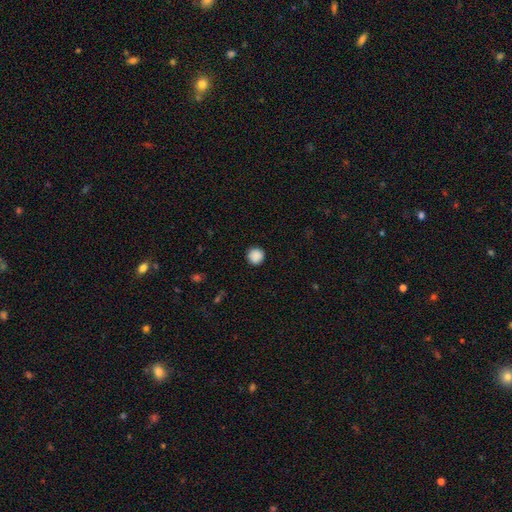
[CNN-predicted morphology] Smooth or featured: smooth — 89% (star or artifact — 9%)
How rounded: round — 95% (in between — 4%)
Merging: none — 91% (minor disturbance — 6%)